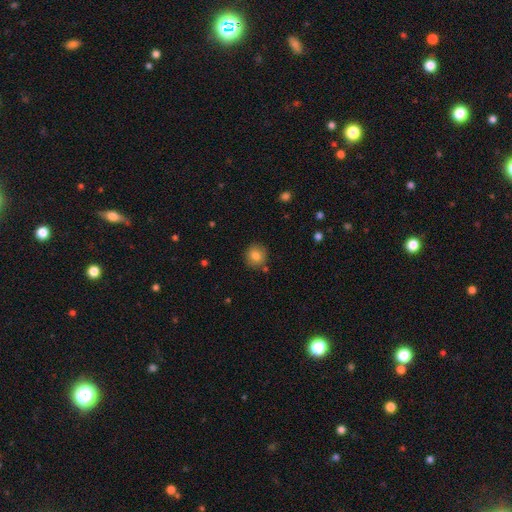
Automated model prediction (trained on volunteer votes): Smooth or featured? Predicted: smooth (p=0.81). How rounded? Predicted: round (p=0.92). Merging? Predicted: none (p=0.86).